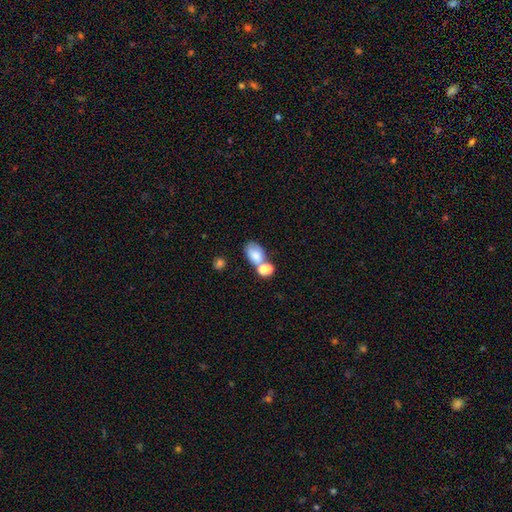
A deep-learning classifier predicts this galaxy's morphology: The model was most divided on "merging": merger: 48%, none: 31%, minor disturbance: 13%, major disturbance: 8%. More confident: how rounded — in between (86%); smooth or featured — smooth (74%).